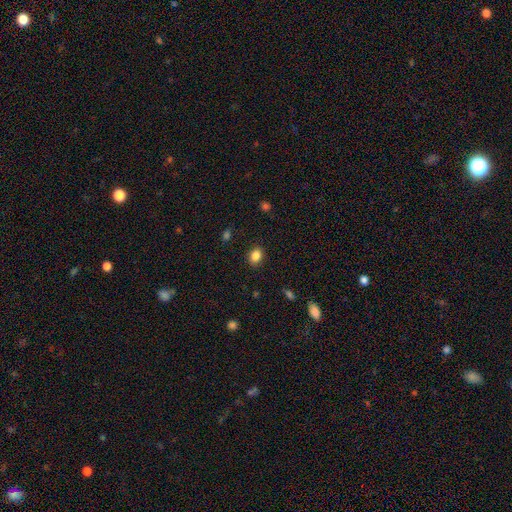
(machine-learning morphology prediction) Smooth or featured: smooth — 85% (star or artifact — 10%)
How rounded: in between — 55% (round — 44%)
Merging: none — 88% (minor disturbance — 8%)